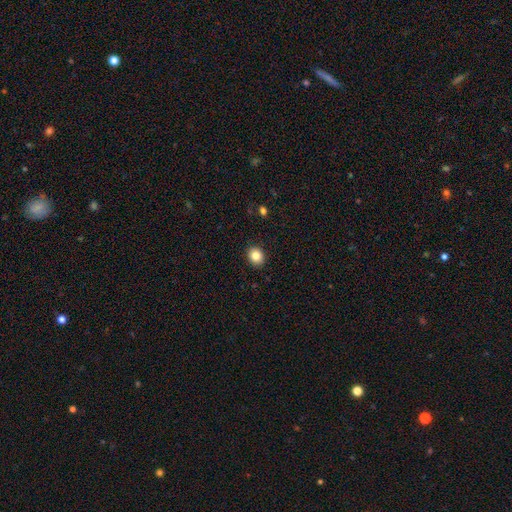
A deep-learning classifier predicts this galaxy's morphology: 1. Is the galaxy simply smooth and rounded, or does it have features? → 85% smooth, 9% star or artifact, 6% featured or disk.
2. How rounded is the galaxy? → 58% round, 41% in between, 1% cigar-shaped.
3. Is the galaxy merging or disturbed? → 91% none, 7% minor disturbance, 2% major disturbance, 1% merger.